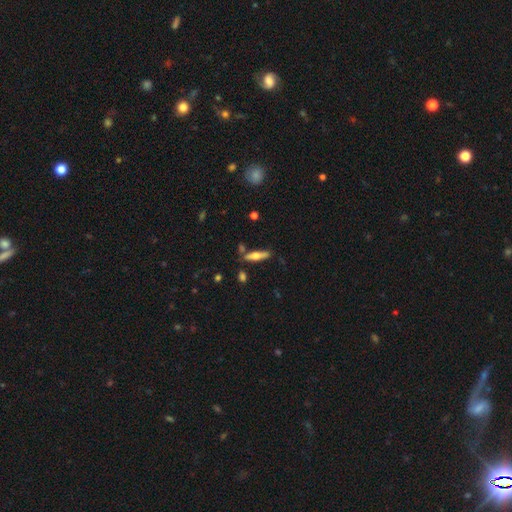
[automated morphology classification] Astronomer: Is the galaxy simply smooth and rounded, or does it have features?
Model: smooth — 55% (runner-up: featured or disk, 38%).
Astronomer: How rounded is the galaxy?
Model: cigar-shaped — 69%.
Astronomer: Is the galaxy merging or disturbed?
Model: none — 75%.